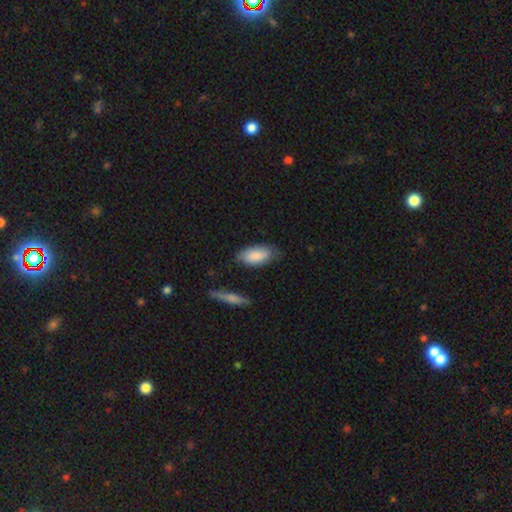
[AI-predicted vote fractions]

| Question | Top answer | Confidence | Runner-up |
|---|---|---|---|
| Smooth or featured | smooth | 84% | featured or disk (10%) |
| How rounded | in between | 90% | cigar-shaped (8%) |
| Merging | none | 71% | minor disturbance (21%) |